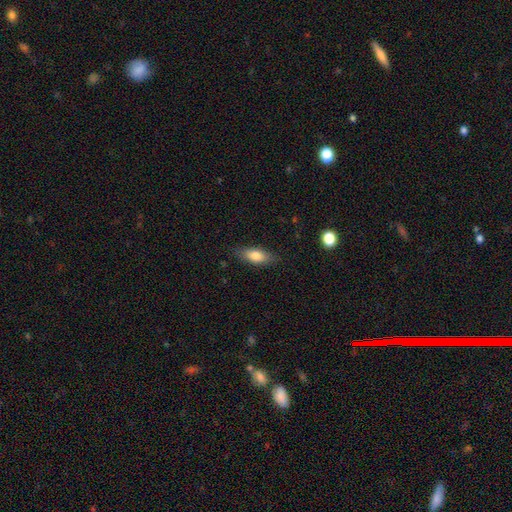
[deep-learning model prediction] Smooth or featured?
  - smooth: 77% *
  - featured or disk: 16%
  - star or artifact: 7%
How rounded?
  - in between: 75% *
  - cigar-shaped: 22%
  - round: 3%
Merging?
  - none: 82% *
  - minor disturbance: 14%
  - major disturbance: 3%
  - merger: 1%